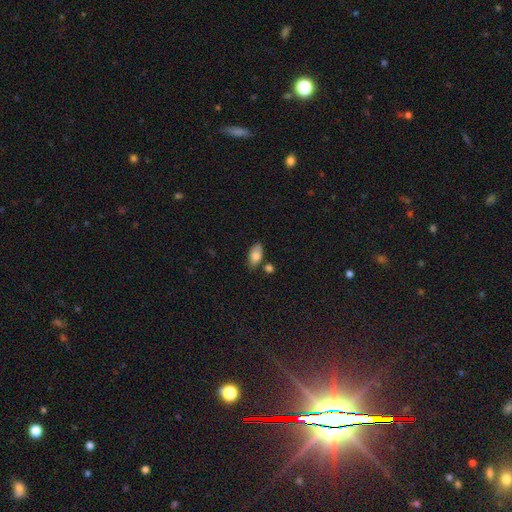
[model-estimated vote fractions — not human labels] A smooth galaxy with no disk features (80%) that is in between round and cigar-shaped (92%). Merging: none (74%).